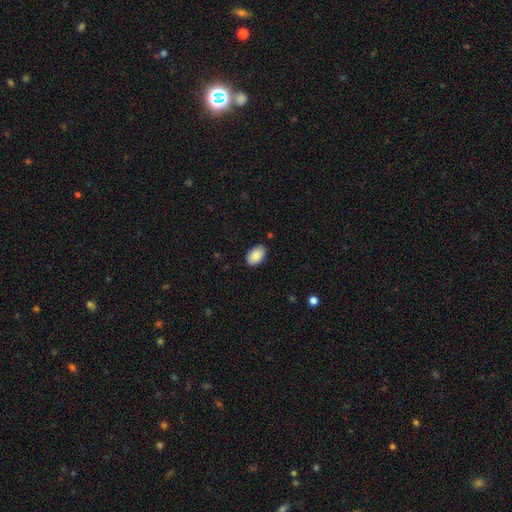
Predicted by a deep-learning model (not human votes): smooth 89%, star or artifact 7%, featured or disk 5%. Down the decision tree: how rounded — in between (93%); merging — none (87%).